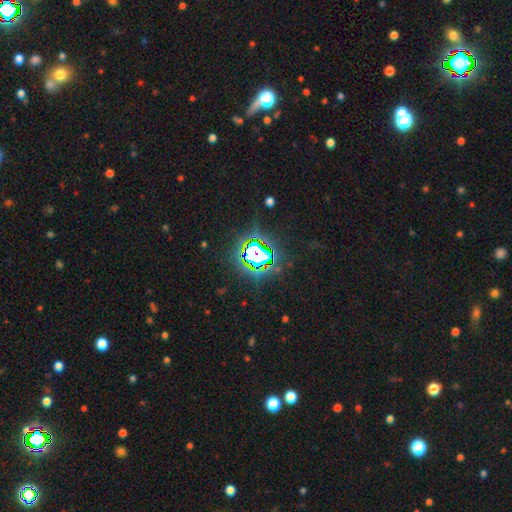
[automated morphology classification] star or artifact 77%, featured or disk 12%, smooth 11%.